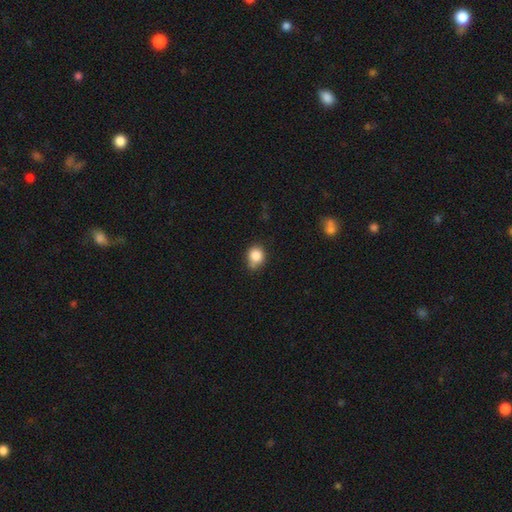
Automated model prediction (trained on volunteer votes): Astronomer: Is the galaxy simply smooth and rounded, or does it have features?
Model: smooth — 85%.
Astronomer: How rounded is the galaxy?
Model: round — 72%.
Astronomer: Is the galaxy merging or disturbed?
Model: none — 61%.